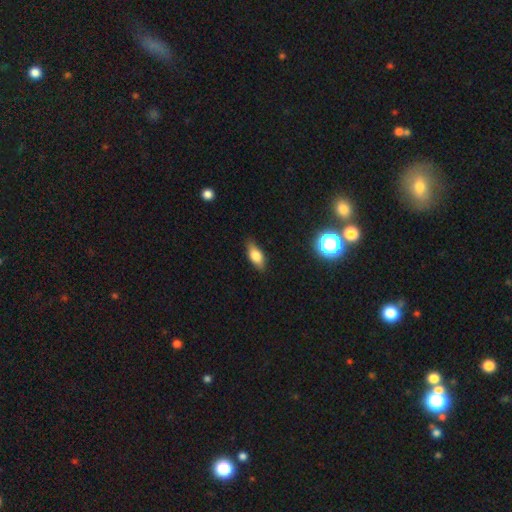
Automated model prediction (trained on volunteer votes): Smooth or featured: smooth — 72% (featured or disk — 20%)
How rounded: in between — 79% (cigar-shaped — 15%)
Merging: none — 81% (minor disturbance — 15%)